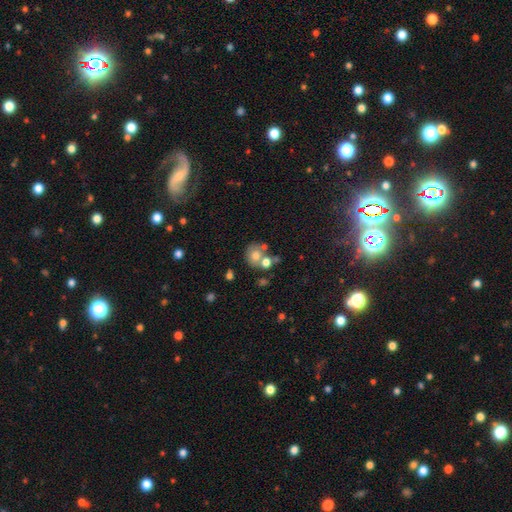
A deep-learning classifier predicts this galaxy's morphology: This is likely a smooth galaxy (68%). How rounded: likely round (75%). Merging: marginally none (42%).